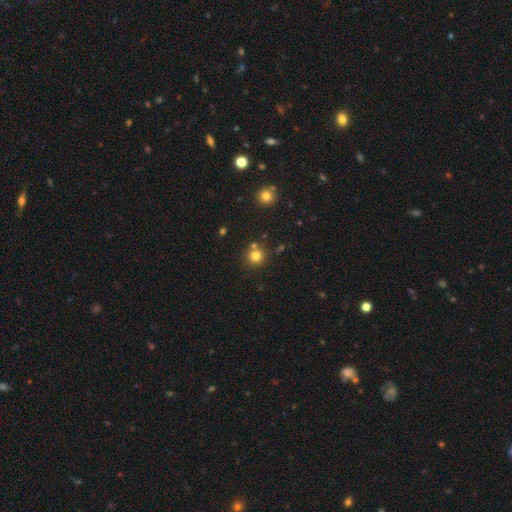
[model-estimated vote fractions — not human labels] Smooth or featured: smooth — 79% (star or artifact — 14%)
How rounded: round — 92% (in between — 7%)
Merging: none — 76% (merger — 13%)